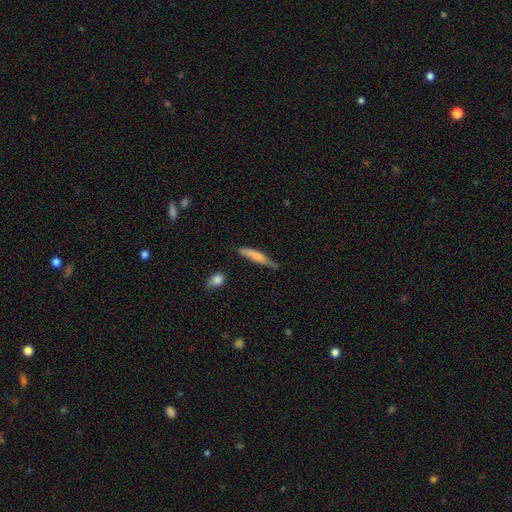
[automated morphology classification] Q: Smooth or featured?
A: smooth (72%); runner-up: featured or disk (22%)
Q: How rounded?
A: cigar-shaped (88%); runner-up: in between (11%)
Q: Merging?
A: none (57%); runner-up: minor disturbance (31%)